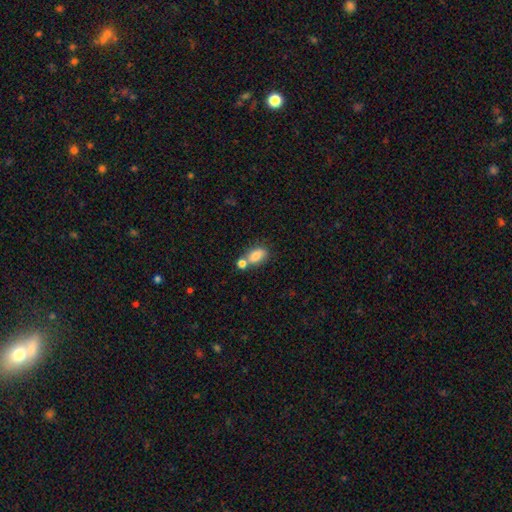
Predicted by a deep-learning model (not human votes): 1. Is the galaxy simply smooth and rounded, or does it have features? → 82% smooth, 10% featured or disk, 9% star or artifact.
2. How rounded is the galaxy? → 83% in between, 13% round, 4% cigar-shaped.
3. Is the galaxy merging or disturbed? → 42% merger, 40% none, 13% minor disturbance, 5% major disturbance.